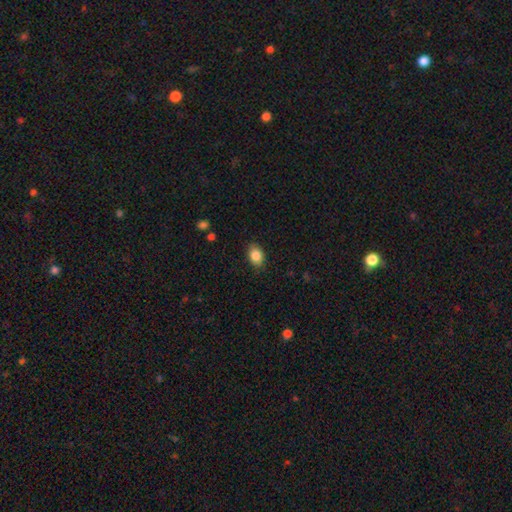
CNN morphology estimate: Smooth or featured: smooth — 86% (star or artifact — 8%)
How rounded: in between — 79% (round — 20%)
Merging: none — 84% (minor disturbance — 12%)